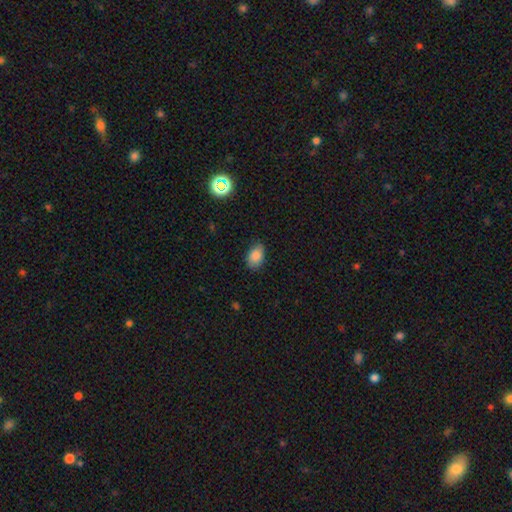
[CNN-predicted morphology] Q: Smooth or featured?
A: smooth (85%); runner-up: star or artifact (9%)
Q: How rounded?
A: in between (85%); runner-up: round (14%)
Q: Merging?
A: none (79%); runner-up: minor disturbance (17%)